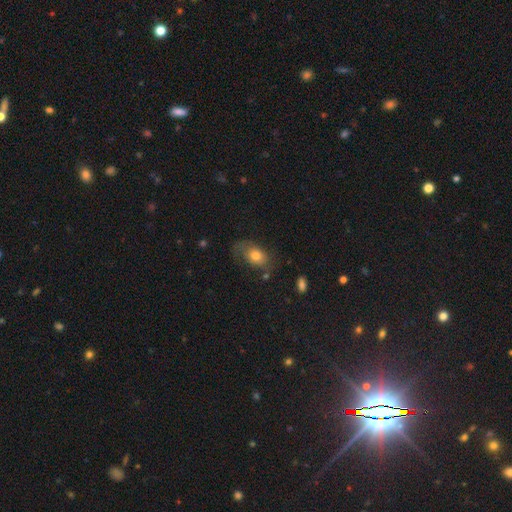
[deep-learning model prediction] Smooth or featured? smooth (68%)
How rounded? in between (79%)
Merging? none (51%)